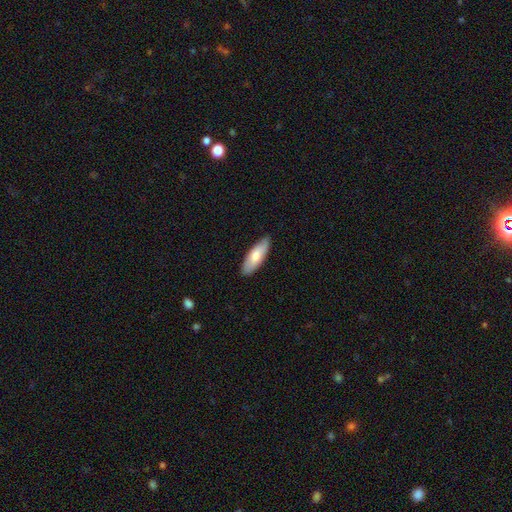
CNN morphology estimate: Smooth or featured?
  - smooth: 74% *
  - featured or disk: 21%
  - star or artifact: 5%
How rounded?
  - in between: 64% *
  - cigar-shaped: 35%
  - round: 2%
Merging?
  - none: 87% *
  - minor disturbance: 10%
  - major disturbance: 2%
  - merger: 1%